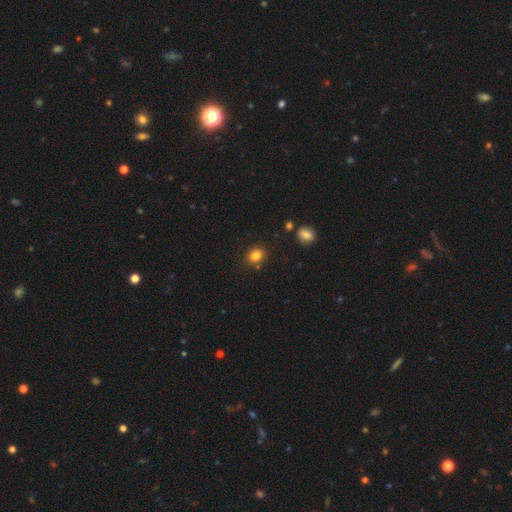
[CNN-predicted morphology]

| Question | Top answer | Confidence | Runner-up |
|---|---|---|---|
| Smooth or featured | smooth | 83% | star or artifact (12%) |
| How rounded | round | 71% | in between (28%) |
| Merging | none | 84% | minor disturbance (9%) |